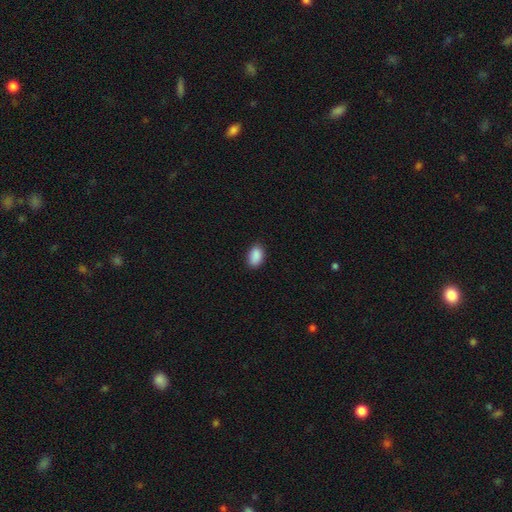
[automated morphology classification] This appears to be a smooth galaxy with no disk features (90%) that is in between round and cigar-shaped (90%). Merging: none (85%).